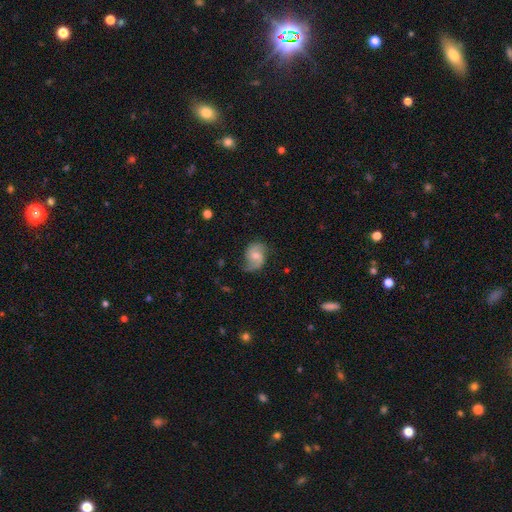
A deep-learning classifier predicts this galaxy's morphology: Smooth or featured: featured or disk — 72% (smooth — 21%)
Edge-on disk: no — 98% (yes — 2%)
Bar: no — 53% (weak — 40%)
Spiral arms: yes — 94% (no — 6%)
Spiral winding: medium — 43% (loose — 42%)
Spiral arm count: 2 — 89% (can't tell — 4%)
Bulge size: moderate — 52% (small — 36%)
Merging: none — 69% (minor disturbance — 22%)